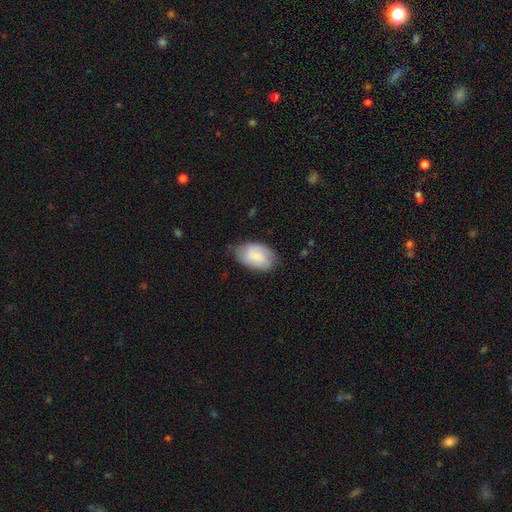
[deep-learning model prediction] Overall: smooth (61%; featured or disk 33%). How rounded: in between (91%). Merging: none (68%).